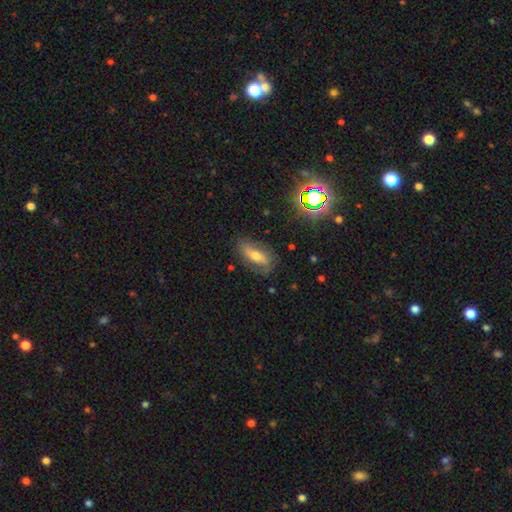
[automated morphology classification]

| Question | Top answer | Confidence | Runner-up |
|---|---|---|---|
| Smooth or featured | featured or disk | 48% | smooth (40%) |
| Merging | none | 75% | minor disturbance (17%) |